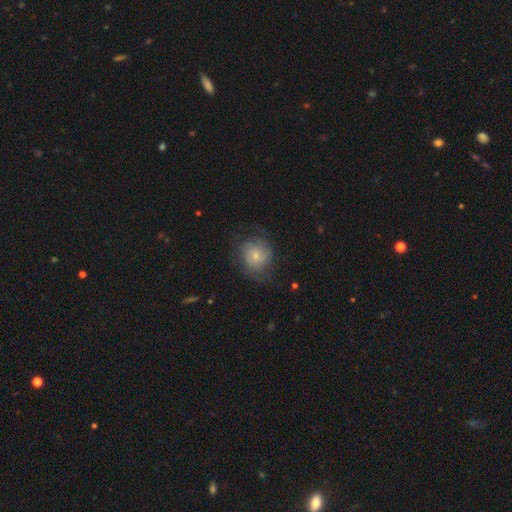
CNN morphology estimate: Q: Smooth or featured?
A: smooth (59%); runner-up: featured or disk (33%)
Q: How rounded?
A: round (81%); runner-up: in between (18%)
Q: Merging?
A: none (59%); runner-up: minor disturbance (24%)